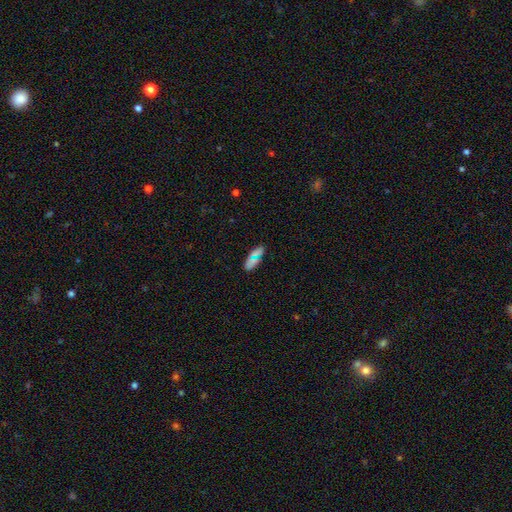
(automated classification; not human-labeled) This is likely a smooth galaxy (64%). How rounded: likely in between (68%). Merging: clearly none (80%).